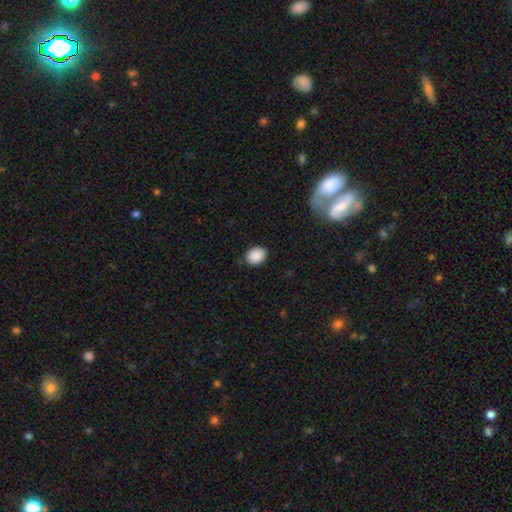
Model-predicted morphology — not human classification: Smooth or featured? smooth (89%)
How rounded? in between (60%)
Merging? none (82%)